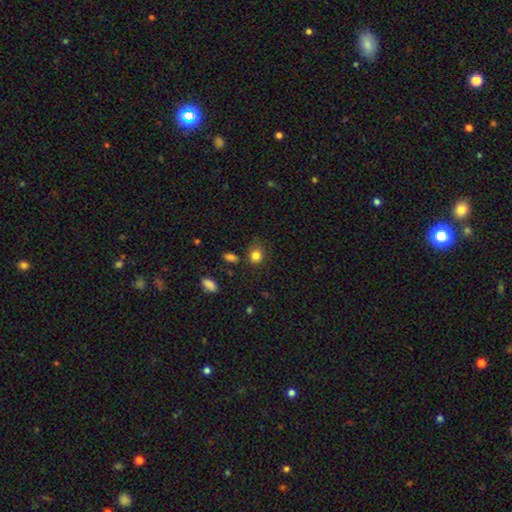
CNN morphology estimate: A smooth galaxy with no disk features (83%) that is round (61%).

Vote fractions:
- Smooth or featured? smooth: 83% / star or artifact: 11% / featured or disk: 6%
- How rounded? round: 61% / in between: 38% / cigar-shaped: 1%
- Merging? none: 69% / minor disturbance: 20% / major disturbance: 6% / merger: 4%